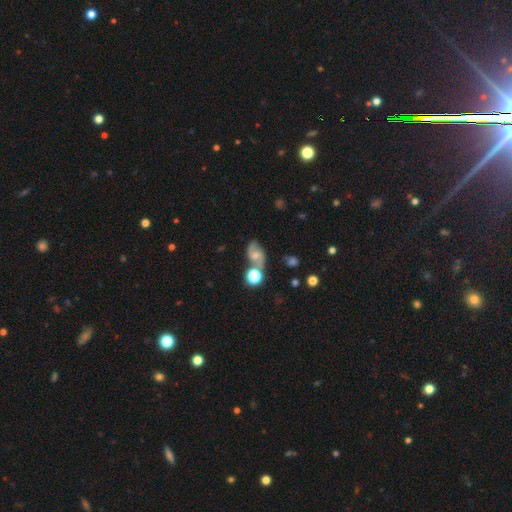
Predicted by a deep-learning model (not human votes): Overall: featured or disk (61%; smooth 26%). Edge-on disk: no (96%). Bar: no (50%; weak 39%). Spiral arms: yes (88%). Spiral arm count: 2 (89%). Spiral winding: medium (46%; loose 40%). Bulge size: moderate (46%; small 40%). Merging: none (58%; merger 19%).